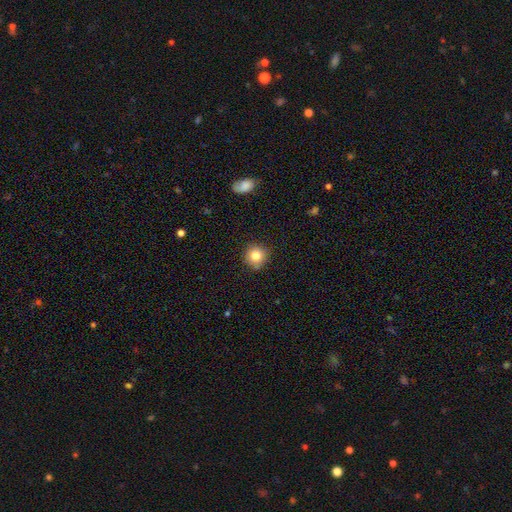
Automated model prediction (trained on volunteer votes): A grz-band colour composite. It shows a smooth galaxy with no disk features (82%) that is round (93%). Merging: none (86%).